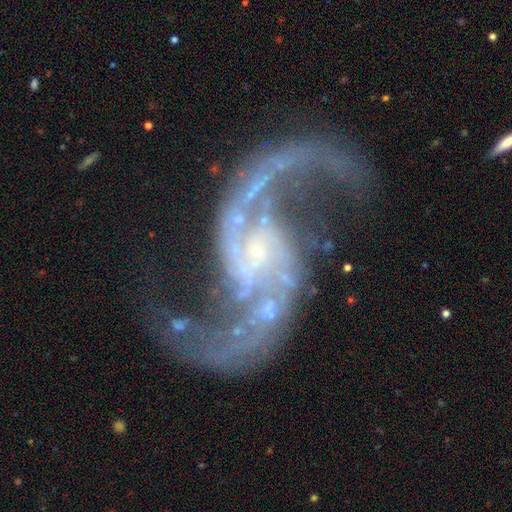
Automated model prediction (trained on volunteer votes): This is clearly a featured or disk galaxy (94%). It is clearly not viewed edge-on (98%). Bar: marginally weak (43%). Spiral arm pattern: clearly yes (98%). Spiral arm count: clearly 2 (94%). Spiral winding: likely loose (62%). Central bulge: likely small (73%). Merging: likely none (66%).